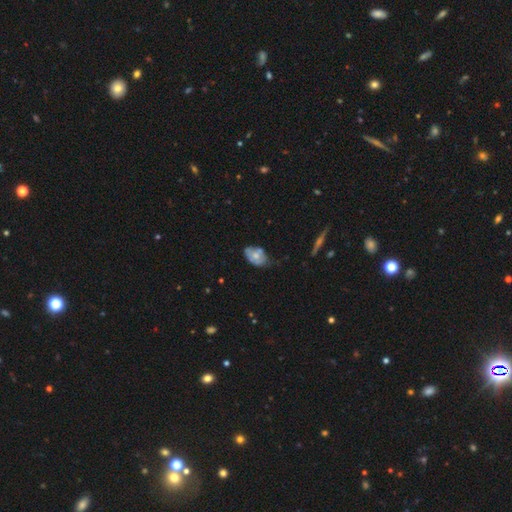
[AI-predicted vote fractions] smooth-or-featured: smooth: 50% | featured or disk: 42% | star or artifact: 8%
  merging: none: 42% | minor disturbance: 39% | major disturbance: 11% | merger: 8%